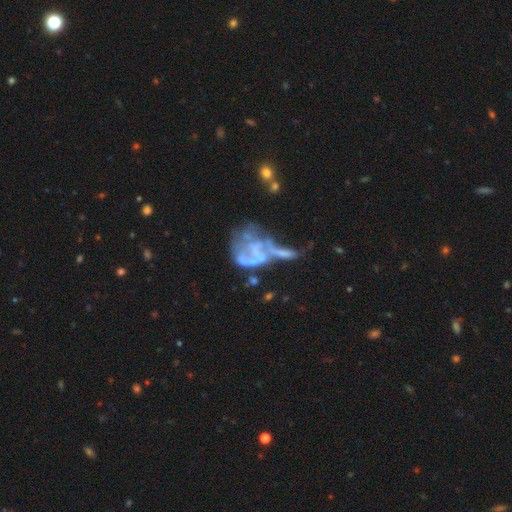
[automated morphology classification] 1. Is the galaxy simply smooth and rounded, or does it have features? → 65% featured or disk, 19% smooth, 15% star or artifact.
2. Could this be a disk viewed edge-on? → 97% no, 3% yes.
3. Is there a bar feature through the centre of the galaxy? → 85% no, 10% weak, 5% strong.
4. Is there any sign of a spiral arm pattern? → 77% no, 23% yes.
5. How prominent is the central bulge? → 72% none, 15% small, 9% moderate, 2% large, 1% dominant.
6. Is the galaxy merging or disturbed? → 36% merger (tied), 36% major disturbance (tied), 17% none, 11% minor disturbance.